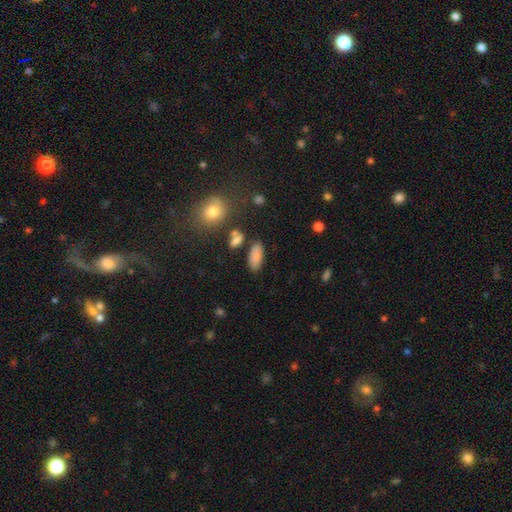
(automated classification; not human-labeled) Smooth or featured: smooth — 85% (star or artifact — 9%)
How rounded: in between — 84% (cigar-shaped — 12%)
Merging: none — 78% (minor disturbance — 11%)